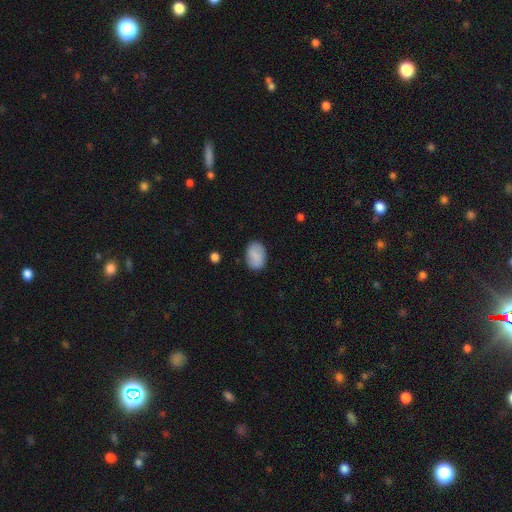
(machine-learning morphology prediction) The model was most divided on "how rounded": in between: 85%, round: 14%, cigar-shaped: 1%. More confident: merging — none (83%); smooth or featured — smooth (82%).